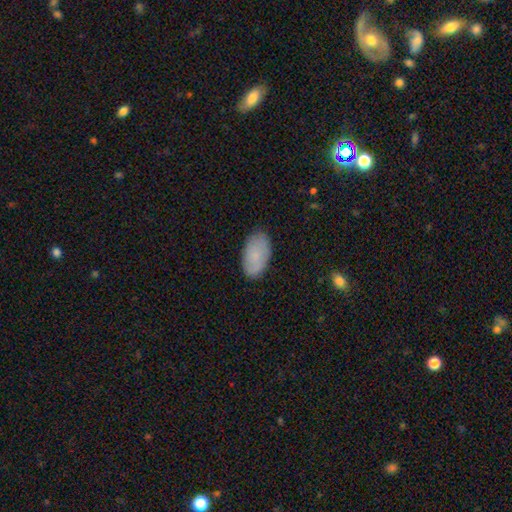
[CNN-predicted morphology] smooth_or_featured: smooth (p=0.80) [alt: featured or disk p=0.14]
how_rounded: in between (p=0.95) [alt: round p=0.04]
merging: none (p=0.83) [alt: minor disturbance p=0.13]